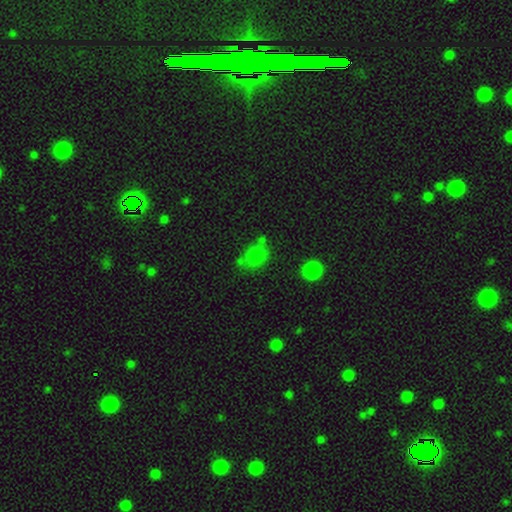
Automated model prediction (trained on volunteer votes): smooth-or-featured: smooth: 79% | star or artifact: 13% | featured or disk: 8%
  how-rounded: round: 62% | in between: 37% | cigar-shaped: 1%
  merging: none: 58% | minor disturbance: 19% | merger: 16% | major disturbance: 7%